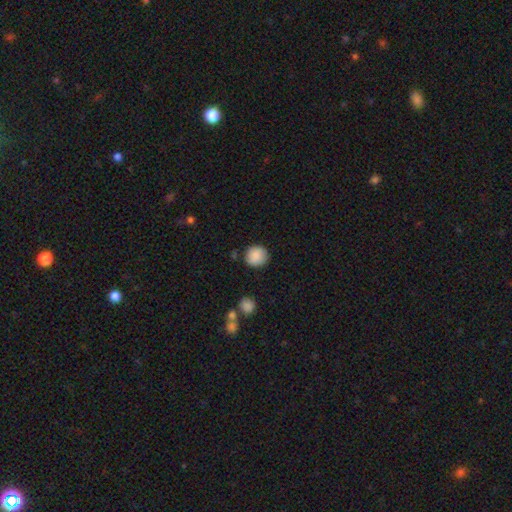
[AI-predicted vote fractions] This is clearly a smooth galaxy (88%). How rounded: clearly round (90%). Merging: clearly none (84%).